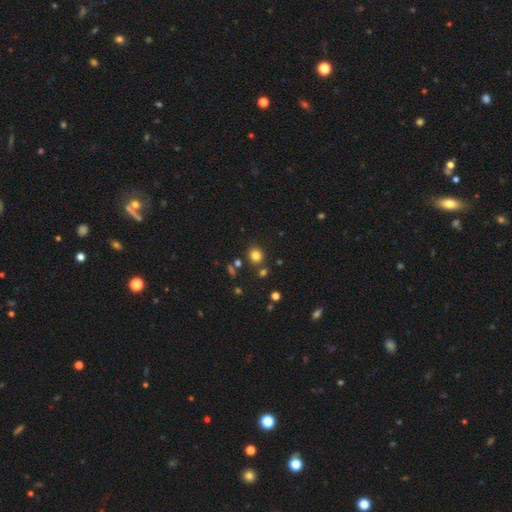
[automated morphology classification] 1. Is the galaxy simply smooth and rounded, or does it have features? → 80% smooth, 14% star or artifact, 6% featured or disk.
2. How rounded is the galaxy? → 84% round, 15% in between, 1% cigar-shaped.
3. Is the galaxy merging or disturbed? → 82% none, 8% minor disturbance, 7% merger, 3% major disturbance.